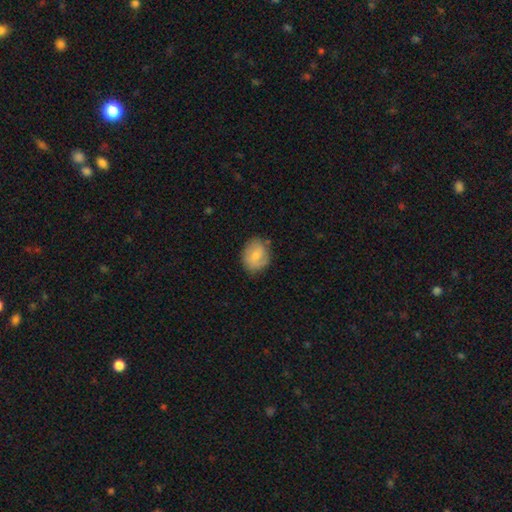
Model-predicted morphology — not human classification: Smooth or featured? Predicted: smooth (p=0.66). How rounded? Predicted: round (p=0.50). Merging? Predicted: none (p=0.72).